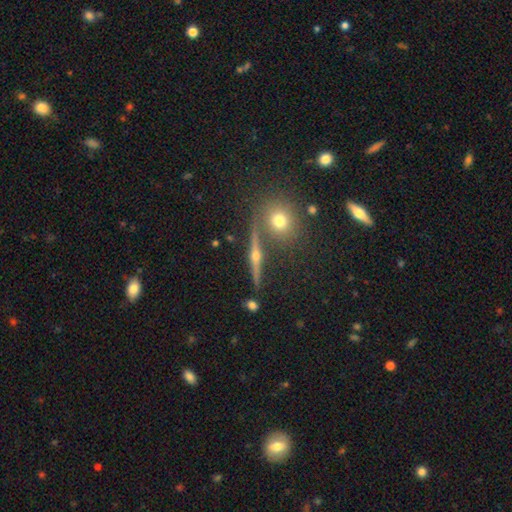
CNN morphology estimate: type=featured or disk (64%); edge-on=yes (92%); edge-on bulge=rounded (91%); merging=none (78%).